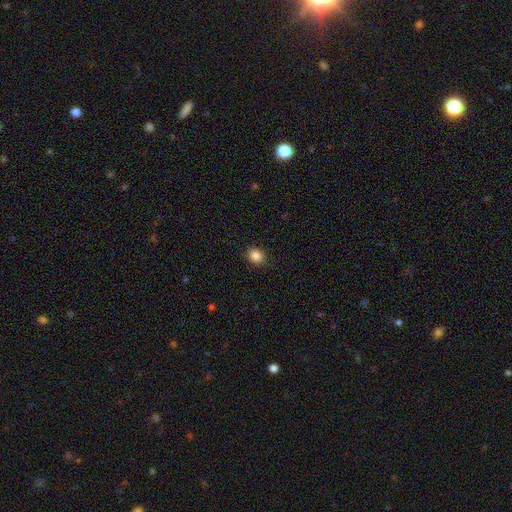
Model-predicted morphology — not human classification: This appears to be a smooth galaxy with no disk features (86%) that is round (62%). Merging: none (88%).